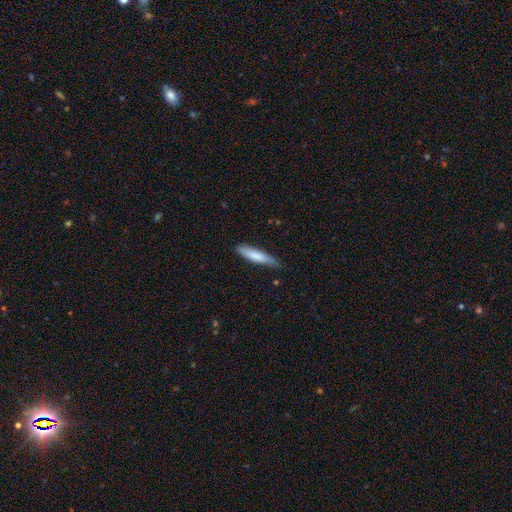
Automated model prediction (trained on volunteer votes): Overall: smooth (78%). How rounded: cigar-shaped (85%). Merging: none (75%).